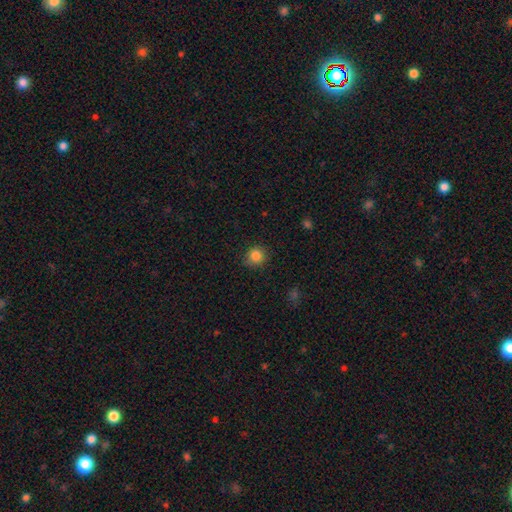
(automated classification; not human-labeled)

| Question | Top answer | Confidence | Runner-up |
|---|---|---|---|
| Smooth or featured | smooth | 85% | star or artifact (11%) |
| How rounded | round | 90% | in between (9%) |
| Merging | none | 85% | minor disturbance (11%) |